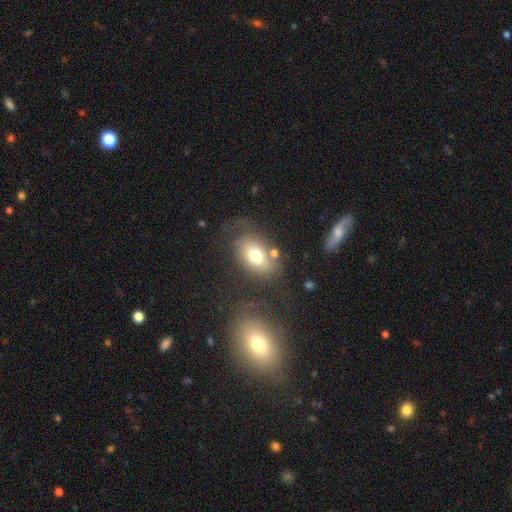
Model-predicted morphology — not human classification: Smooth or featured? smooth (69%)
How rounded? in between (80%)
Merging? none (56%)